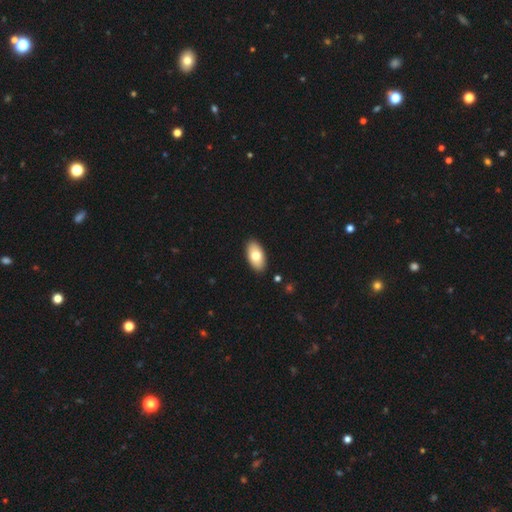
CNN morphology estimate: smooth-or-featured: smooth: 74% | featured or disk: 20% | star or artifact: 6%
  how-rounded: in between: 94% | round: 3% | cigar-shaped: 3%
  merging: none: 90% | minor disturbance: 7% | major disturbance: 2% | merger: 1%